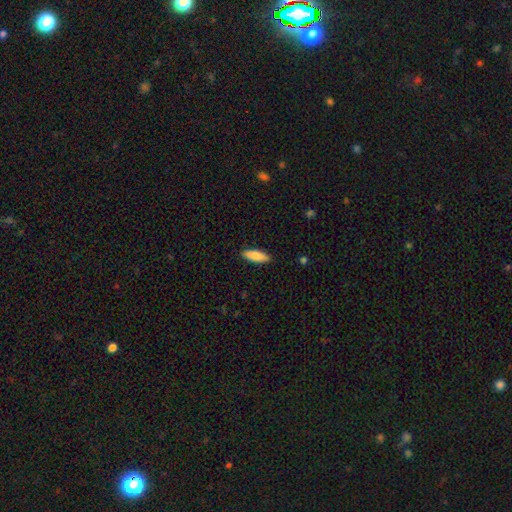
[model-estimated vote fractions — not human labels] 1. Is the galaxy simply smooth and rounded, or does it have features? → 85% smooth, 9% featured or disk, 6% star or artifact.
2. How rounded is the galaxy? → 62% in between, 36% cigar-shaped, 2% round.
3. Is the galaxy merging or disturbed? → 89% none, 8% minor disturbance, 2% major disturbance, 1% merger.